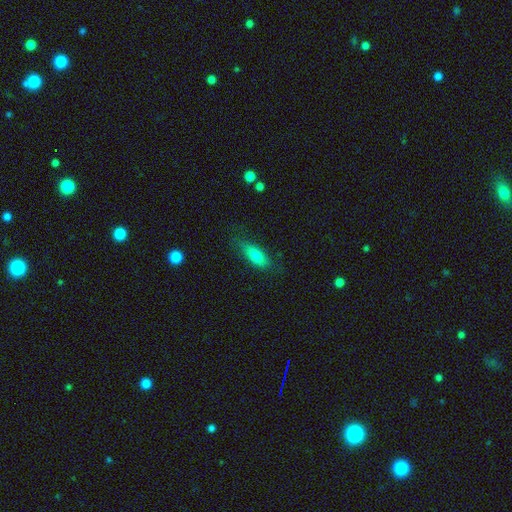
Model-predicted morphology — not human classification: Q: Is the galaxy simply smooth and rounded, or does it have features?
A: smooth — 75%.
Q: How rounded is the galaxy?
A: in between — 68%.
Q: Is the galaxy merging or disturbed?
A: none — 77%.